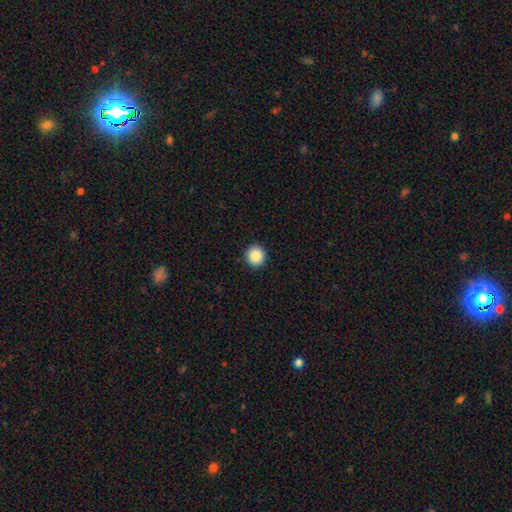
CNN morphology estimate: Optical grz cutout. It shows a smooth galaxy with no disk features (88%) that is round (93%). Merging: none (92%).